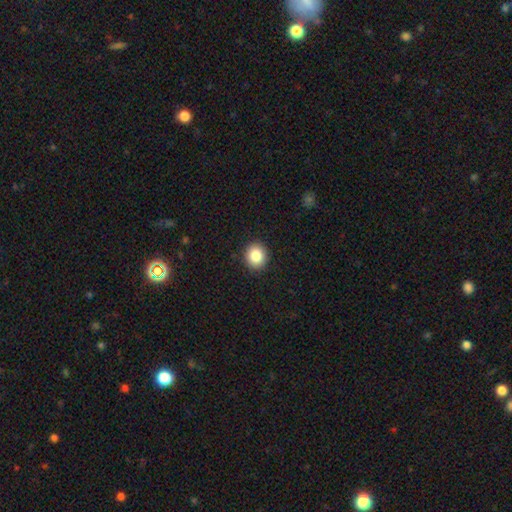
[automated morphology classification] Overall: smooth (86%). How rounded: round (82%). Merging: none (92%).